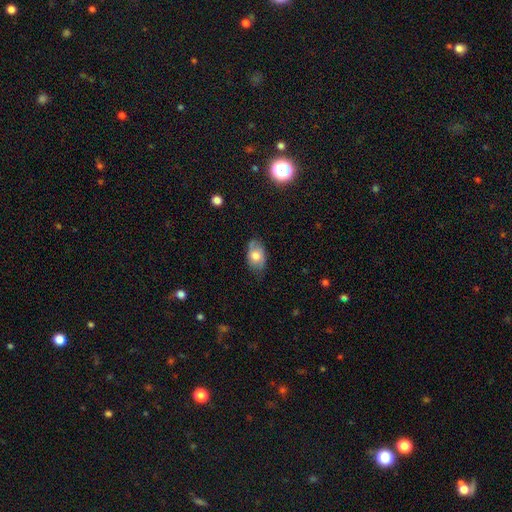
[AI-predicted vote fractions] This appears to be a smooth galaxy with no disk features (67%) that is in between round and cigar-shaped (90%). Merging: none (67%).